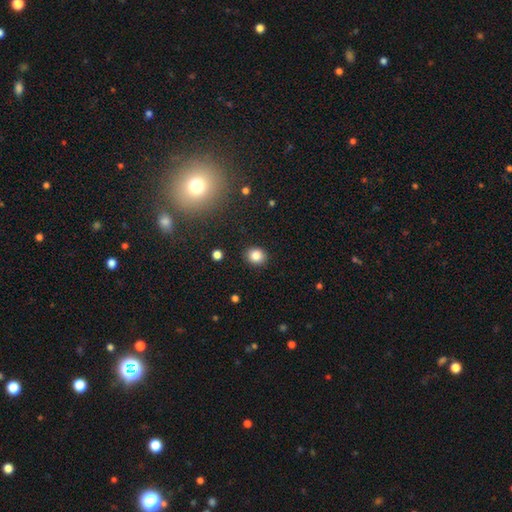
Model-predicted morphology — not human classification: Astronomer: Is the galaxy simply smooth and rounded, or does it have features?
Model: smooth — 84%.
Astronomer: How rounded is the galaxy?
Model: round — 71%.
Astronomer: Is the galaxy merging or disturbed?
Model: none — 90%.